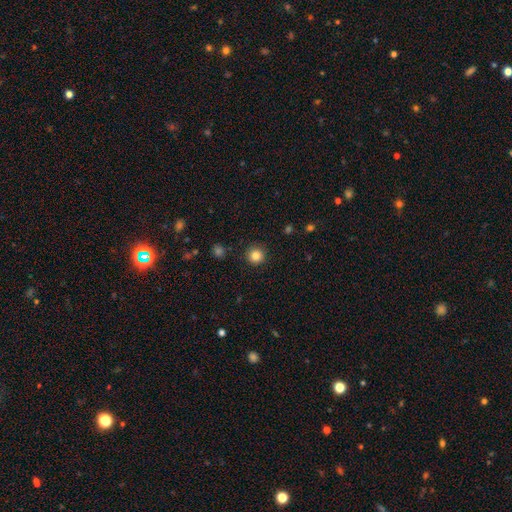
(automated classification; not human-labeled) Overall: smooth (84%). How rounded: round (95%). Merging: none (92%).